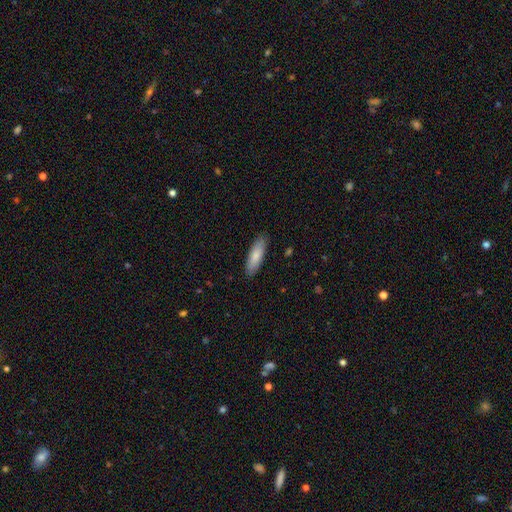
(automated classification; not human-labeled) This appears to be a smooth galaxy with no disk features (82%) that is cigar-shaped (50%). Merging: none (87%).